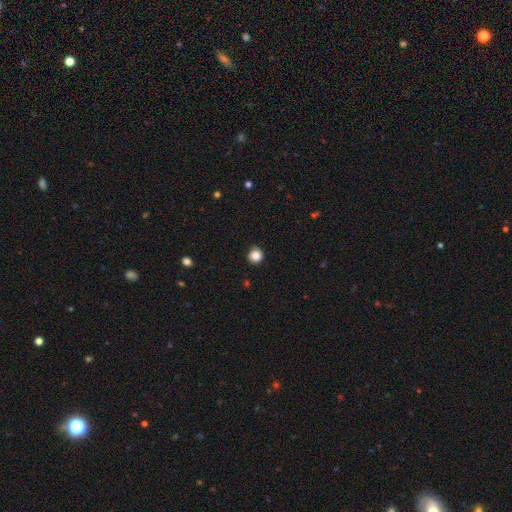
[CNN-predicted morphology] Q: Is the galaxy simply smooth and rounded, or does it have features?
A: smooth — 84%.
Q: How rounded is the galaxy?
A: round — 93%.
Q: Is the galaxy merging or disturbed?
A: none — 88%.